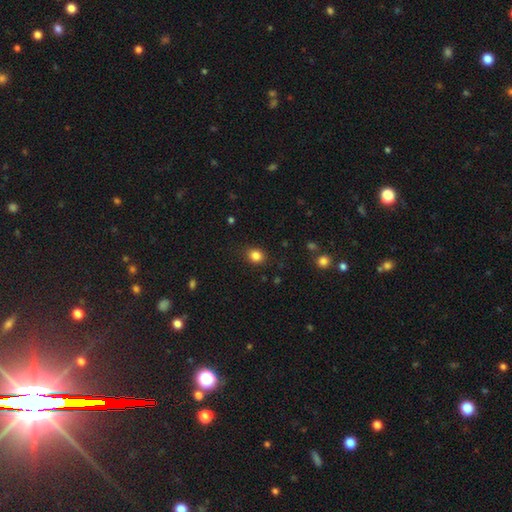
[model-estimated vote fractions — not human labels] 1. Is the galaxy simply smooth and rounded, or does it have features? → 84% smooth, 11% star or artifact, 5% featured or disk.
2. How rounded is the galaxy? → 63% round, 36% in between, 1% cigar-shaped.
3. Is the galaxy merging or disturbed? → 86% none, 10% minor disturbance, 3% major disturbance, 1% merger.